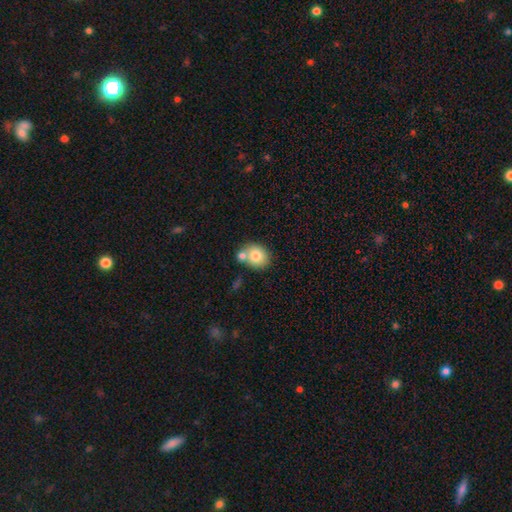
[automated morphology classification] Smooth or featured? smooth (78%)
How rounded? round (63%)
Merging? none (56%)